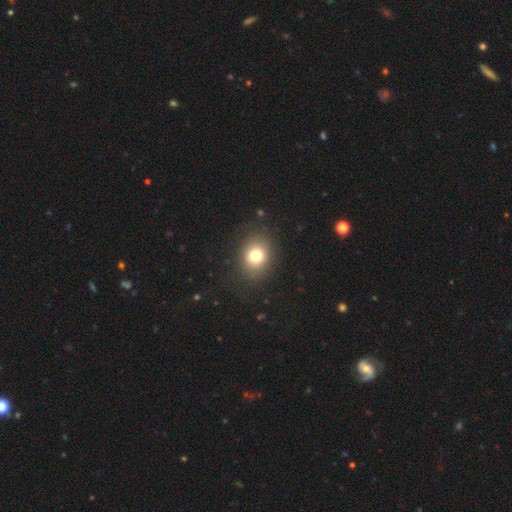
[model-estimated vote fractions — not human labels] A smooth galaxy with no disk features (77%) that is round (58%).

Vote fractions:
- Smooth or featured? smooth: 77% / star or artifact: 12% / featured or disk: 11%
- How rounded? round: 58% / in between: 41% / cigar-shaped: 1%
- Merging? none: 83% / minor disturbance: 10% / major disturbance: 5% / merger: 1%